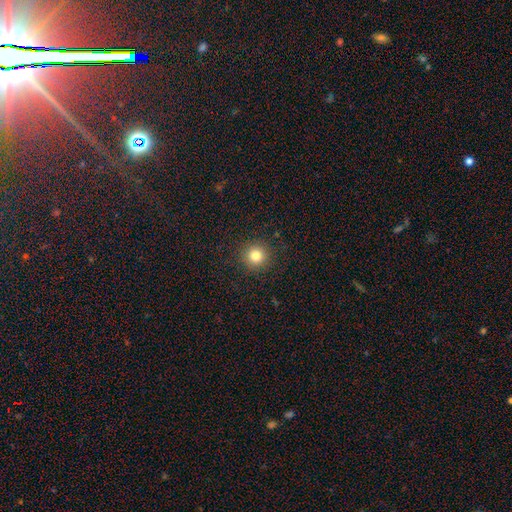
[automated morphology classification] Smooth or featured? Predicted: smooth (p=0.81). How rounded? Predicted: round (p=0.95). Merging? Predicted: none (p=0.91).